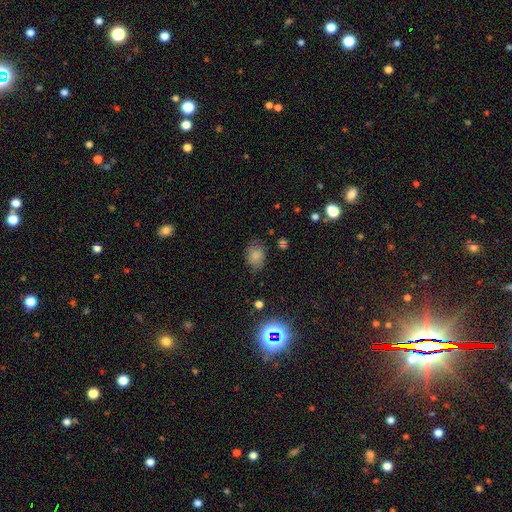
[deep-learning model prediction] A smooth galaxy with no disk features (77%) that is in between round and cigar-shaped (74%). Merging: none (68%).